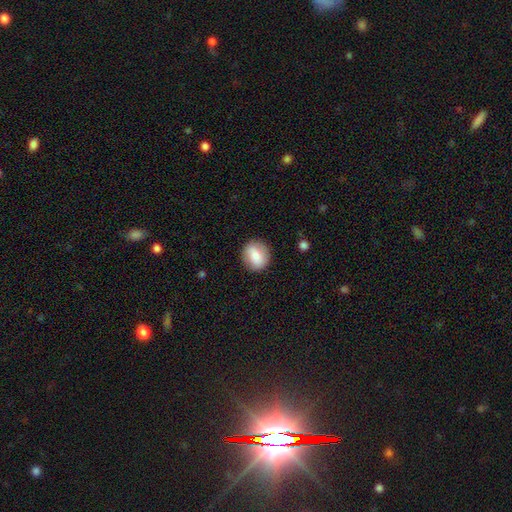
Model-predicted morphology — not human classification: Overall: smooth (77%). How rounded: round (73%). Merging: none (87%).